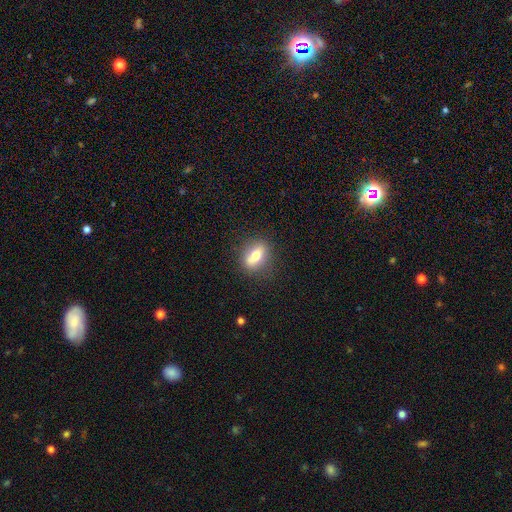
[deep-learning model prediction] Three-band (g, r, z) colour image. It shows a smooth galaxy with no disk features (58%) that is in between round and cigar-shaped (62%). Merging: none (84%).